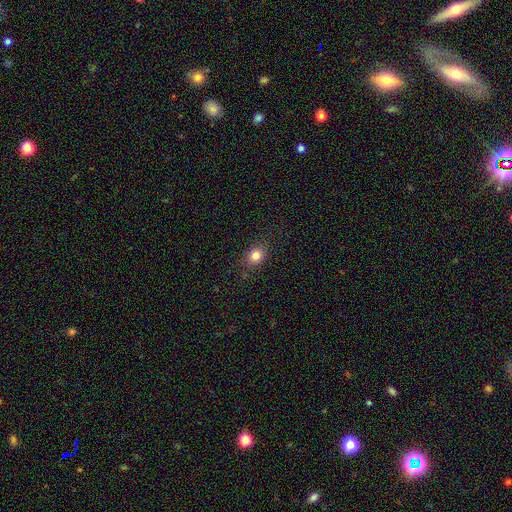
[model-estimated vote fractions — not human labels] A smooth galaxy with no disk features (81%) that is round (52%). Merging: none (83%).